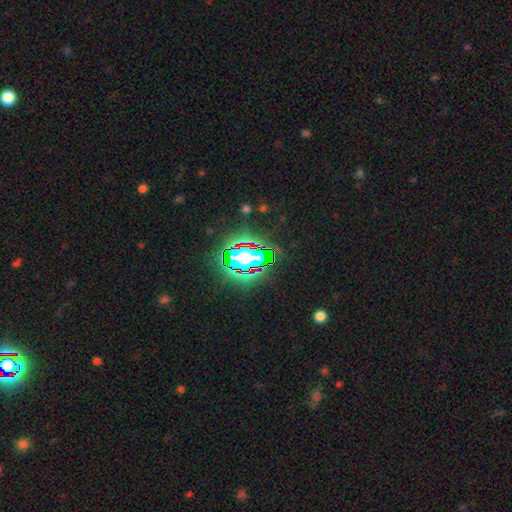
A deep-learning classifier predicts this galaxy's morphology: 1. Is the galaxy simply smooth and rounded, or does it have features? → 76% star or artifact, 13% smooth, 11% featured or disk.